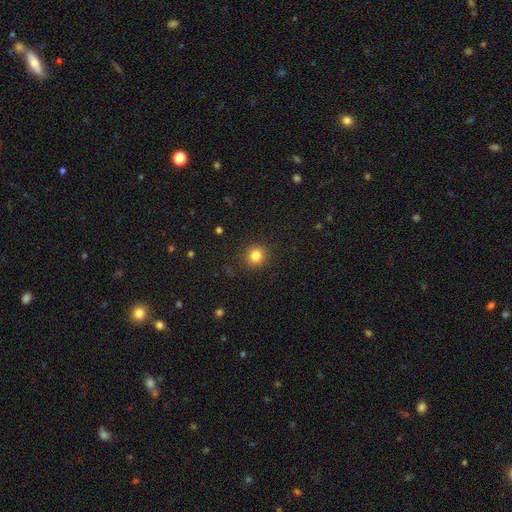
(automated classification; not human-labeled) smooth-or-featured: smooth: 83% | star or artifact: 11% | featured or disk: 5%
  how-rounded: round: 91% | in between: 8% | cigar-shaped: 1%
  merging: none: 90% | minor disturbance: 6% | major disturbance: 2% | merger: 1%